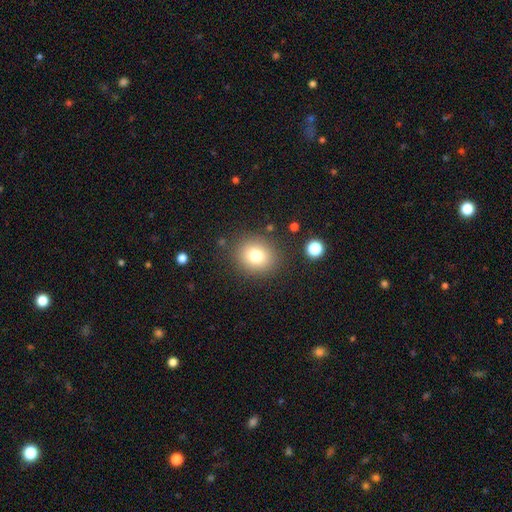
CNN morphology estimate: Smooth or featured?
  - smooth: 77% *
  - star or artifact: 13%
  - featured or disk: 10%
How rounded?
  - round: 79% *
  - in between: 20%
  - cigar-shaped: 1%
Merging?
  - none: 86% *
  - minor disturbance: 8%
  - major disturbance: 4%
  - merger: 2%